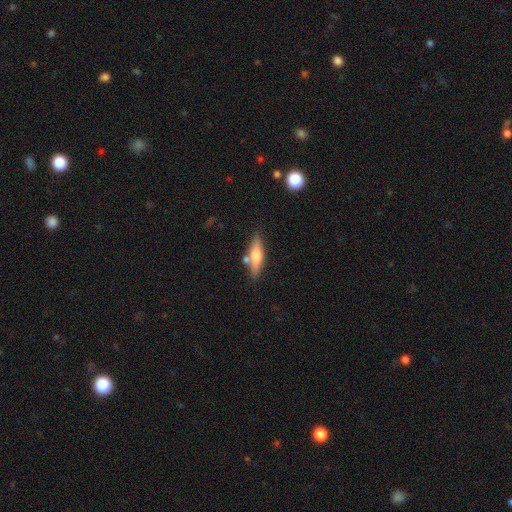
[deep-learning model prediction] Smooth or featured? smooth (53%)
How rounded? cigar-shaped (63%)
Merging? none (74%)